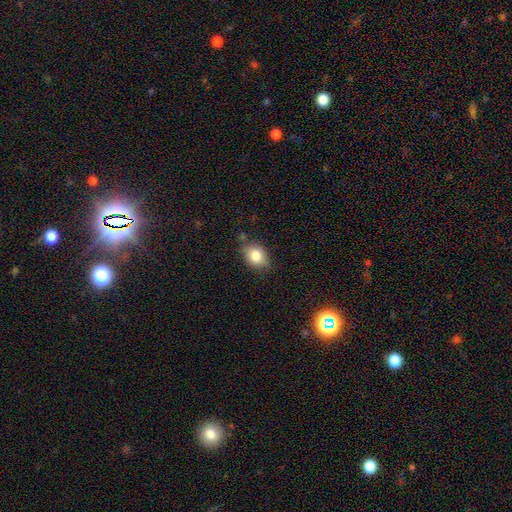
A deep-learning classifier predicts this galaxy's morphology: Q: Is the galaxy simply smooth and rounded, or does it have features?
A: smooth — 81%.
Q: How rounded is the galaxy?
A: in between — 66%.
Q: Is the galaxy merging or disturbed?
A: none — 78%.